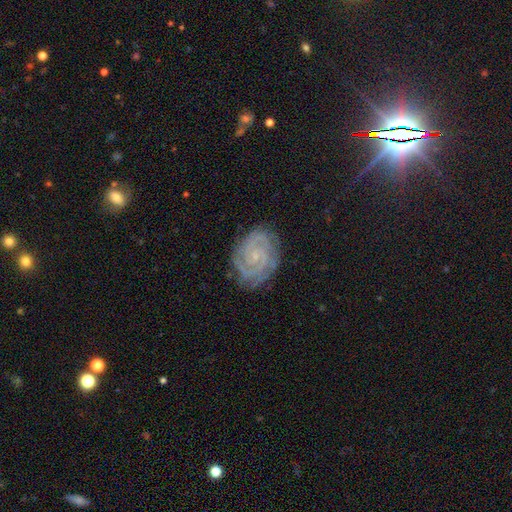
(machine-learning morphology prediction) smooth-or-featured: featured or disk: 86% | star or artifact: 7% | smooth: 7%
  disk-edge-on: no: 98% | yes: 2%
    bar: no: 70% | weak: 24% | strong: 7%
    has-spiral-arms: yes: 98% | no: 2%
      spiral-winding: tight: 81% | medium: 17% | loose: 2%
      spiral-arm-count: 2: 36% | 3: 23% | can't tell: 15% | 4: 13% | more than 4: 7% | 1: 6%
    bulge-size: small: 83% | moderate: 10% | none: 5% | large: 1% | dominant: 1%
  merging: none: 81% | minor disturbance: 14% | major disturbance: 4% | merger: 1%